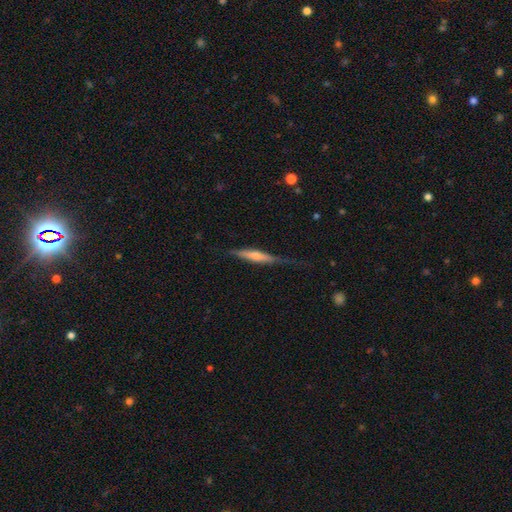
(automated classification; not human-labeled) featured or disk 48%, smooth 46%, star or artifact 5%. Down the decision tree: merging — none (63%).